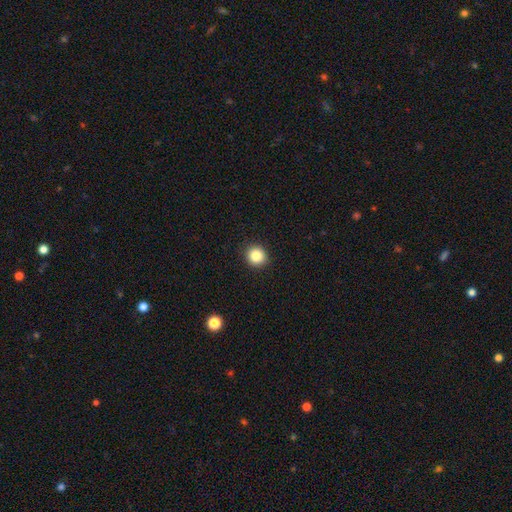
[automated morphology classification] type=smooth (86%); roundness=round (92%); merging=none (92%).